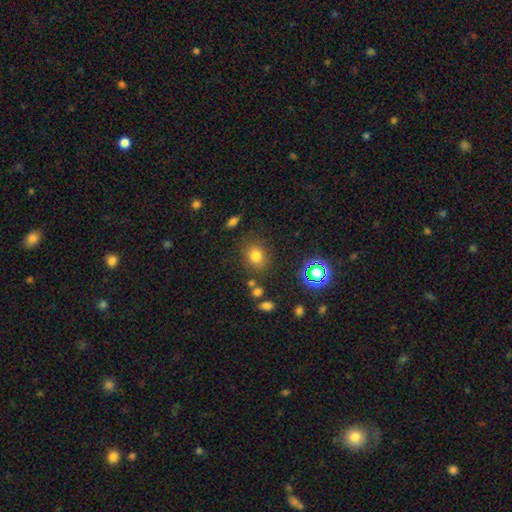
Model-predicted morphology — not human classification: Smooth or featured? smooth (76%)
How rounded? round (66%)
Merging? none (80%)